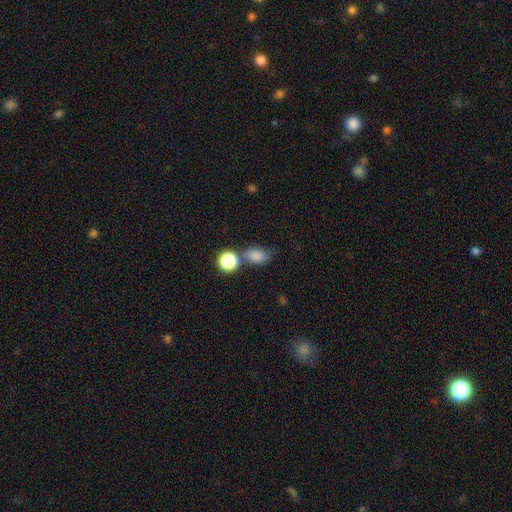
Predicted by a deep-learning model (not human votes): smooth_or_featured: smooth (p=0.80) [alt: star or artifact p=0.13]
how_rounded: in between (p=0.73) [alt: round p=0.25]
merging: none (p=0.54) [alt: merger p=0.21]